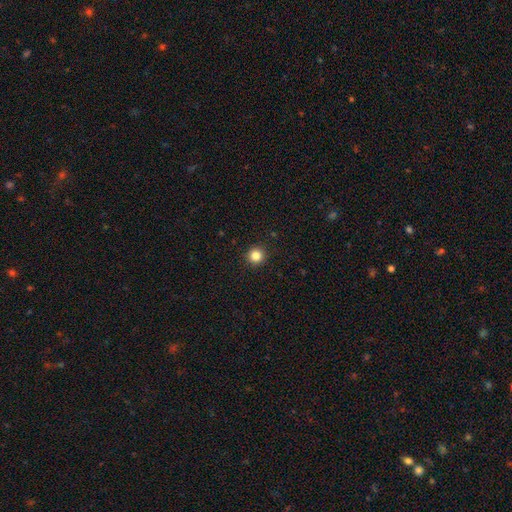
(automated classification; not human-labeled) Q: Smooth or featured?
A: smooth (84%); runner-up: star or artifact (12%)
Q: How rounded?
A: round (95%); runner-up: in between (4%)
Q: Merging?
A: none (93%); runner-up: minor disturbance (5%)